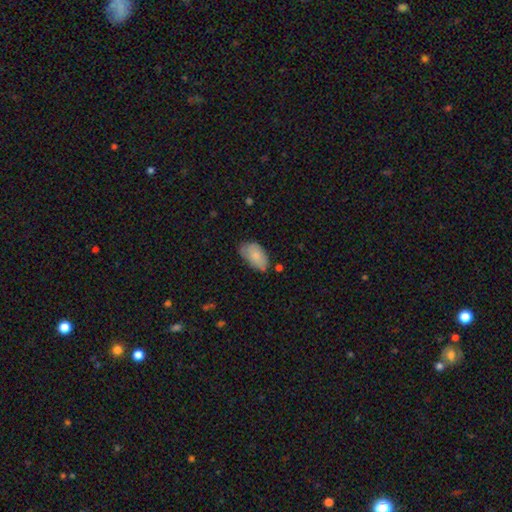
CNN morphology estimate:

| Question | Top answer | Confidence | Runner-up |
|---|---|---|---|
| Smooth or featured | smooth | 82% | featured or disk (12%) |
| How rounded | in between | 94% | round (5%) |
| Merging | none | 59% | minor disturbance (31%) |